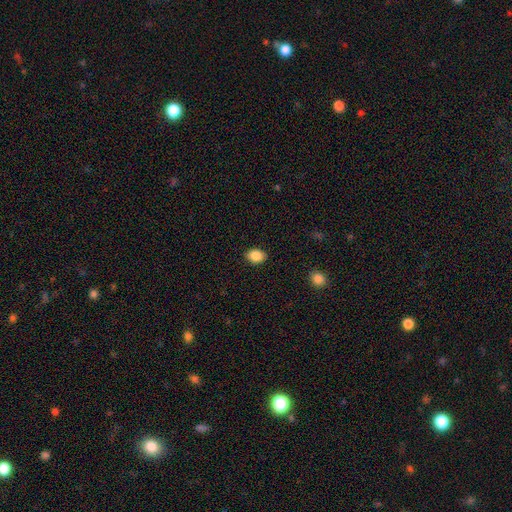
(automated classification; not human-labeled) A smooth galaxy with no disk features (87%) that is in between round and cigar-shaped (69%).

Vote fractions:
- Smooth or featured? smooth: 87% / star or artifact: 8% / featured or disk: 5%
- How rounded? in between: 69% / round: 30% / cigar-shaped: 1%
- Merging? none: 89% / minor disturbance: 8% / major disturbance: 2% / merger: 1%